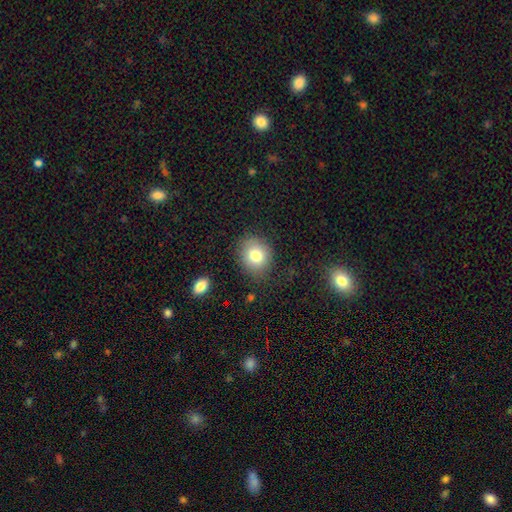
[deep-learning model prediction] smooth_or_featured: smooth (p=0.79) [alt: star or artifact p=0.11]
how_rounded: round (p=0.69) [alt: in between p=0.31]
merging: none (p=0.80) [alt: minor disturbance p=0.13]